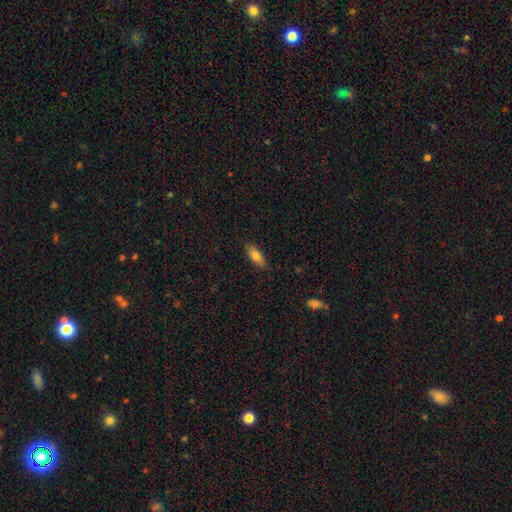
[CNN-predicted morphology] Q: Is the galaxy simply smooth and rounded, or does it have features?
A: smooth — 79%.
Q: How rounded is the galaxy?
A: in between — 75%.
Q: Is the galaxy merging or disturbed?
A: none — 87%.